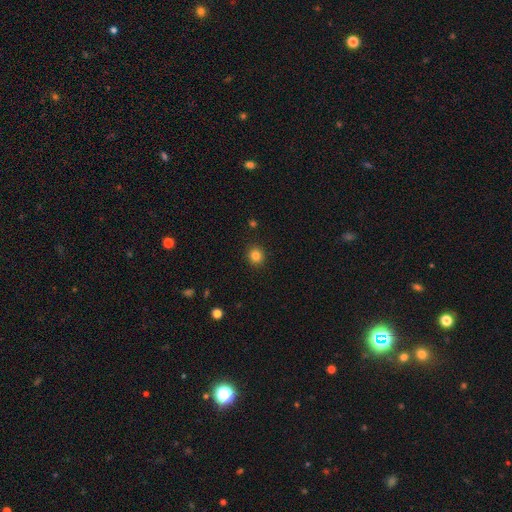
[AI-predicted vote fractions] Smooth or featured? Predicted: smooth (p=0.83). How rounded? Predicted: round (p=0.88). Merging? Predicted: none (p=0.91).